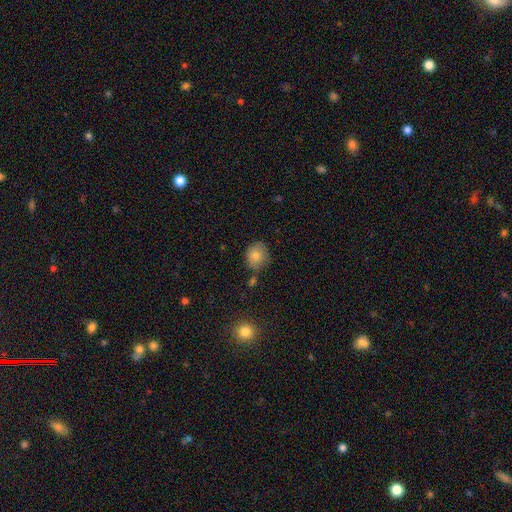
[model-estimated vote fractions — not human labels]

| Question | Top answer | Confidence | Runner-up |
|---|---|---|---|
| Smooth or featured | smooth | 82% | star or artifact (9%) |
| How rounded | round | 76% | in between (23%) |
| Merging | none | 72% | minor disturbance (18%) |